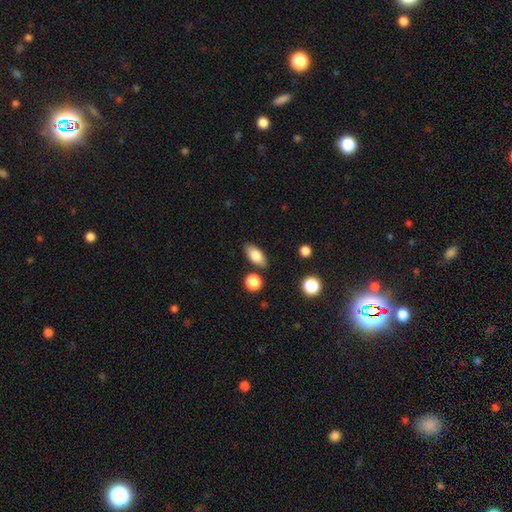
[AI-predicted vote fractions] Smooth or featured: smooth — 80% (featured or disk — 12%)
How rounded: in between — 86% (cigar-shaped — 9%)
Merging: none — 83% (minor disturbance — 11%)